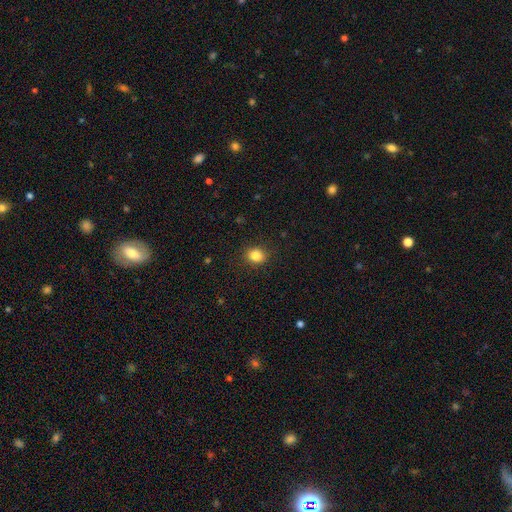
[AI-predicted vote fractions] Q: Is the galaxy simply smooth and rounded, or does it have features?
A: smooth — 84%.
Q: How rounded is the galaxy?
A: round — 67%.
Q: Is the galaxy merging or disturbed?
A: none — 88%.